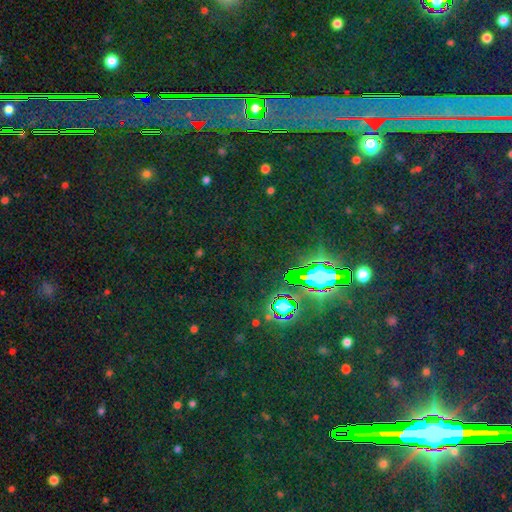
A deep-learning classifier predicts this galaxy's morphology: A star or artifact, not a galaxy (82%).

Vote fractions:
- Smooth or featured? star or artifact: 82% / smooth: 10% / featured or disk: 7%